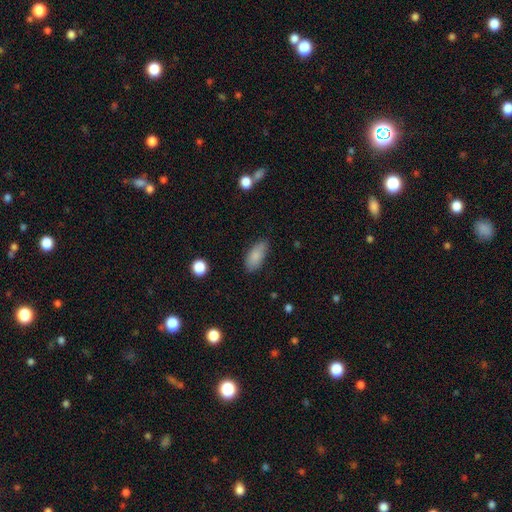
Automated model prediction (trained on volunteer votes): A smooth galaxy with no disk features (85%) that is in between round and cigar-shaped (84%).

Vote fractions:
- Smooth or featured? smooth: 85% / featured or disk: 8% / star or artifact: 7%
- How rounded? in between: 84% / cigar-shaped: 13% / round: 3%
- Merging? none: 79% / minor disturbance: 16% / major disturbance: 3% / merger: 2%